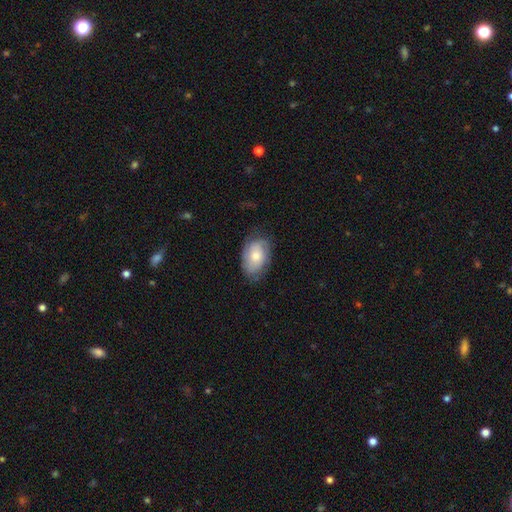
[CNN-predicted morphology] This is likely a smooth galaxy (63%). How rounded: clearly in between (86%). Merging: likely none (67%).